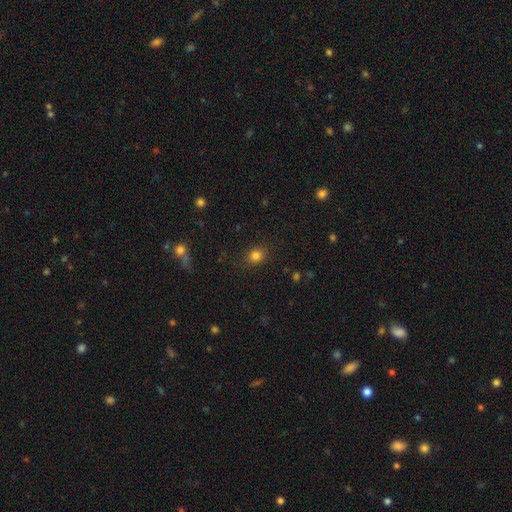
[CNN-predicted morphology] A smooth galaxy with no disk features (81%) that is round (69%). Merging: none (86%).